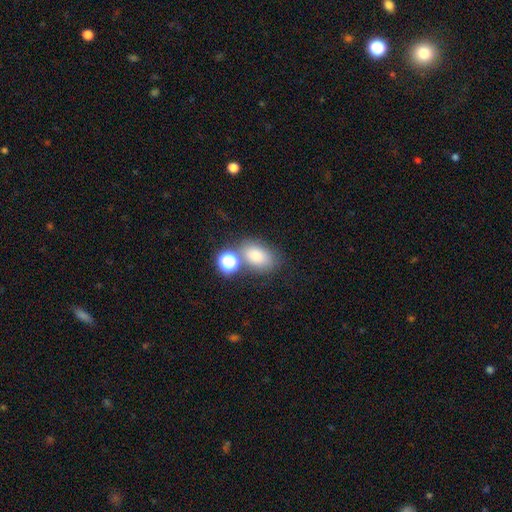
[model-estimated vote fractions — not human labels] Q: Smooth or featured?
A: smooth (79%); runner-up: star or artifact (13%)
Q: How rounded?
A: in between (77%); runner-up: round (21%)
Q: Merging?
A: none (60%); runner-up: merger (18%)